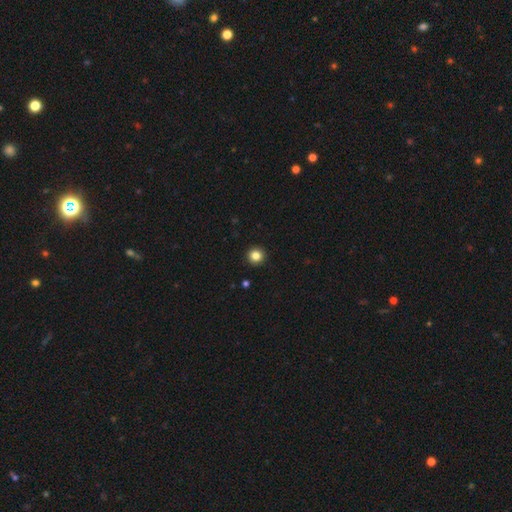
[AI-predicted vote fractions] A smooth galaxy with no disk features (84%) that is round (95%).

Vote fractions:
- Smooth or featured? smooth: 84% / star or artifact: 11% / featured or disk: 5%
- How rounded? round: 95% / in between: 4% / cigar-shaped: 1%
- Merging? none: 94% / minor disturbance: 4% / major disturbance: 1% / merger: 1%